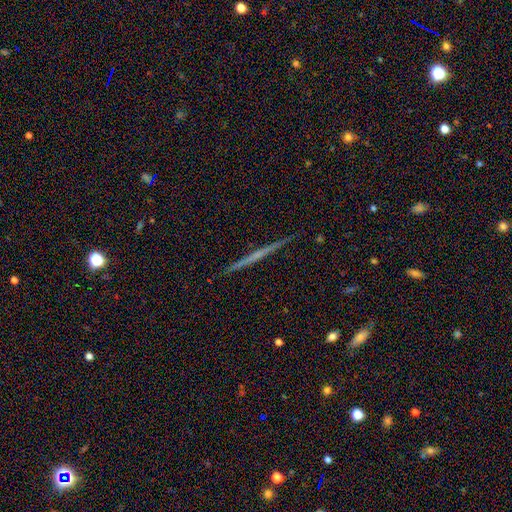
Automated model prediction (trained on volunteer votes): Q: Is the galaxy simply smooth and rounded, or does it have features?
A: featured or disk — 67%.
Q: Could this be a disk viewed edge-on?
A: yes — 98%.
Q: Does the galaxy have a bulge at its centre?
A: none — 75%.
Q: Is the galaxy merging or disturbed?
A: none — 93%.